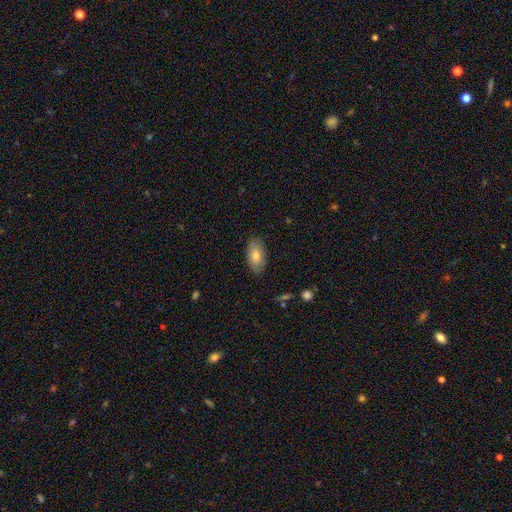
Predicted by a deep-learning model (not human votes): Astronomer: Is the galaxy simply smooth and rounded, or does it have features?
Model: smooth — 78%.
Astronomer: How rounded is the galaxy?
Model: in between — 93%.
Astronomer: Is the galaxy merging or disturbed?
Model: none — 86%.